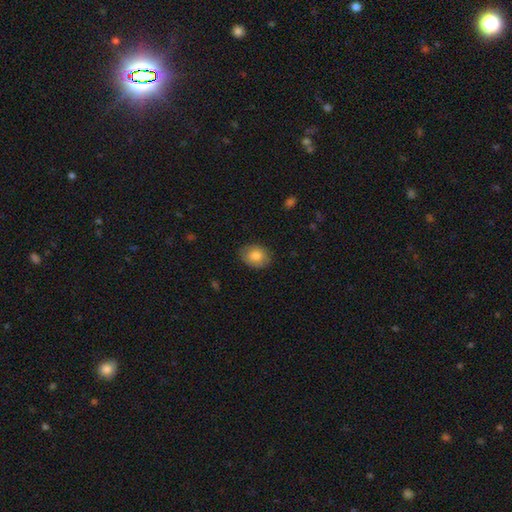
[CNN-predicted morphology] A smooth galaxy with no disk features (80%) that is in between round and cigar-shaped (56%). Merging: none (85%).